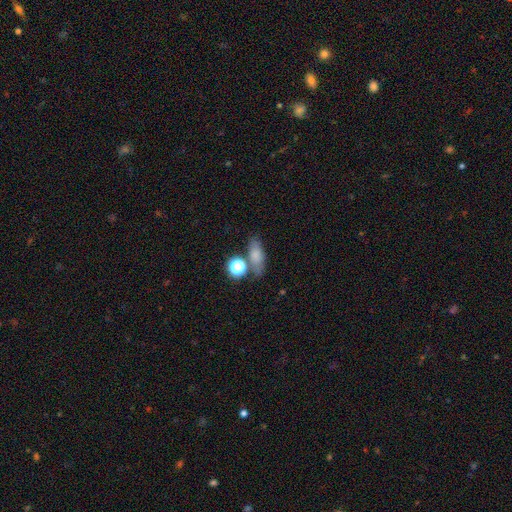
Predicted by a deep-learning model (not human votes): Smooth or featured? smooth (72%)
How rounded? in between (63%)
Merging? none (64%)